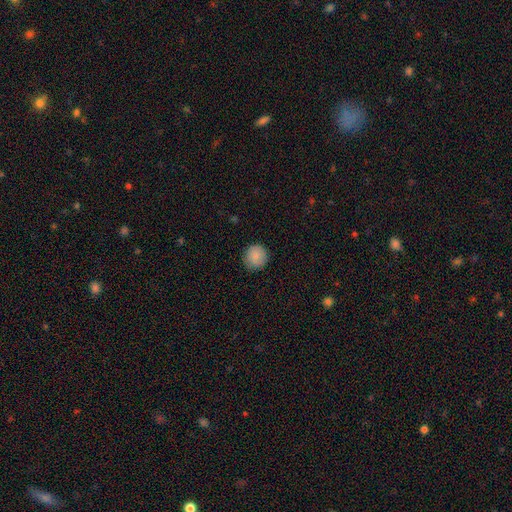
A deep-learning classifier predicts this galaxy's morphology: Smooth or featured?
  - smooth: 88% *
  - star or artifact: 8%
  - featured or disk: 4%
How rounded?
  - round: 93% *
  - in between: 6%
  - cigar-shaped: 1%
Merging?
  - none: 88% *
  - minor disturbance: 9%
  - major disturbance: 2%
  - merger: 1%